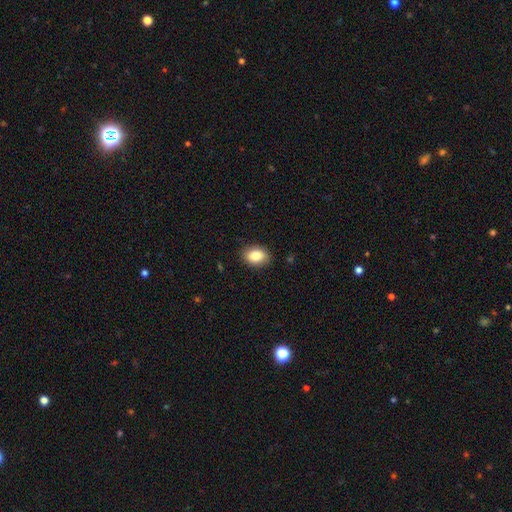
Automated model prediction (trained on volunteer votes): Morphology: type=smooth (85%); roundness=in between (75%); merging=none (88%).